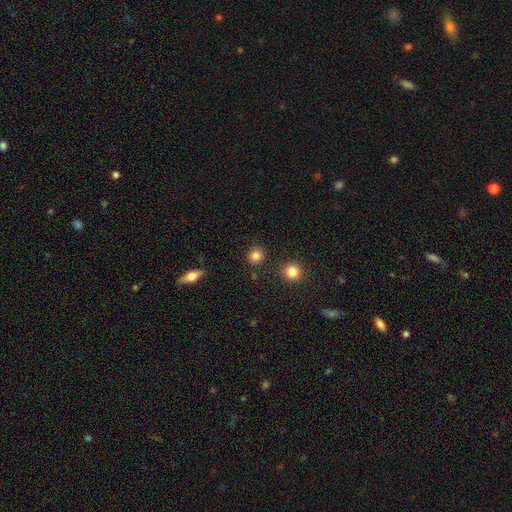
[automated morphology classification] The model was most divided on "smooth or featured": smooth: 84%, star or artifact: 11%, featured or disk: 5%. More confident: how rounded — round (88%); merging — none (86%).